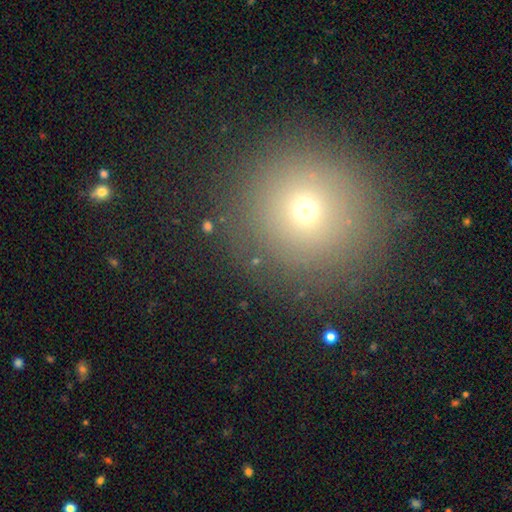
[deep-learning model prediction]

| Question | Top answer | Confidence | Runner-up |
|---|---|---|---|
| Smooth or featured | smooth | 65% | star or artifact (24%) |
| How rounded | round | 93% | in between (6%) |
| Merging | none | 87% | minor disturbance (7%) |